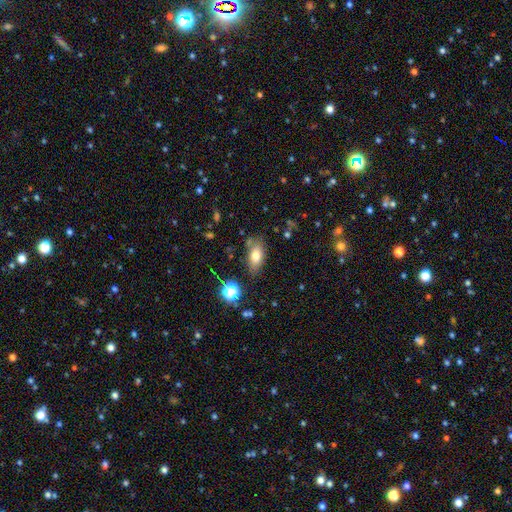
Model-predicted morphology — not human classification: A smooth galaxy with no disk features (75%) that is in between round and cigar-shaped (86%).

Vote fractions:
- Smooth or featured? smooth: 75% / featured or disk: 14% / star or artifact: 11%
- How rounded? in between: 86% / round: 7% / cigar-shaped: 7%
- Merging? none: 74% / minor disturbance: 16% / merger: 5% / major disturbance: 4%